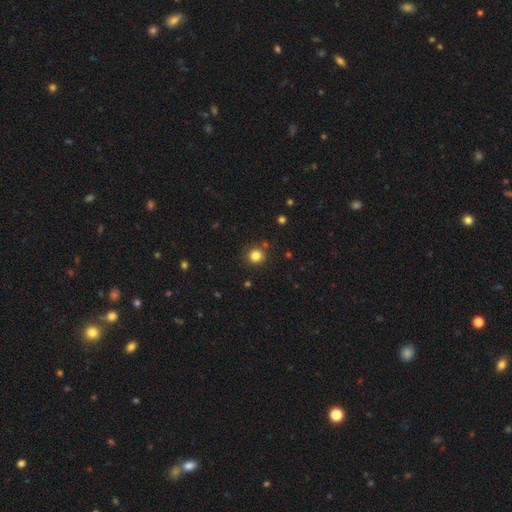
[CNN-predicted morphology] type=smooth (82%); roundness=round (91%); merging=none (86%).